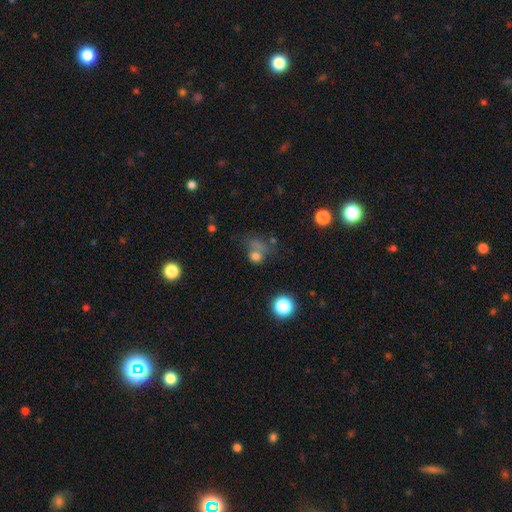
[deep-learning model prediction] A smooth galaxy with no disk features (64%) that is round (64%). Merging: none (40%).